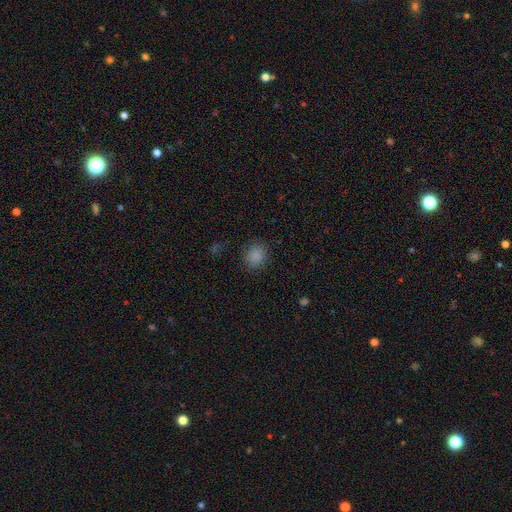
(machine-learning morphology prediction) The model was most divided on "how rounded": round: 78%, in between: 21%, cigar-shaped: 1%. More confident: merging — none (85%); smooth or featured — smooth (85%).